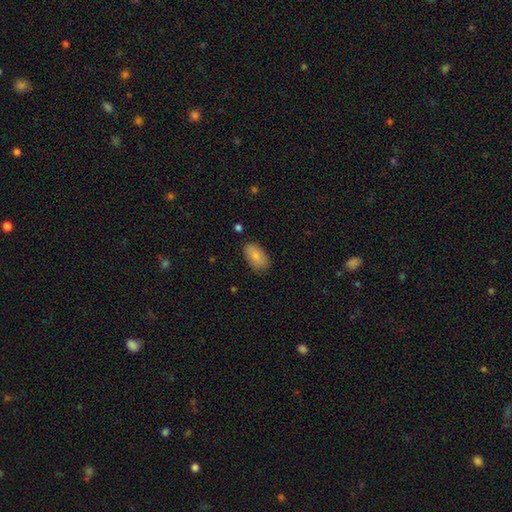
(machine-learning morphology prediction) A smooth galaxy with no disk features (84%) that is in between round and cigar-shaped (93%).

Vote fractions:
- Smooth or featured? smooth: 84% / featured or disk: 9% / star or artifact: 7%
- How rounded? in between: 93% / round: 4% / cigar-shaped: 2%
- Merging? none: 82% / minor disturbance: 13% / major disturbance: 3% / merger: 2%